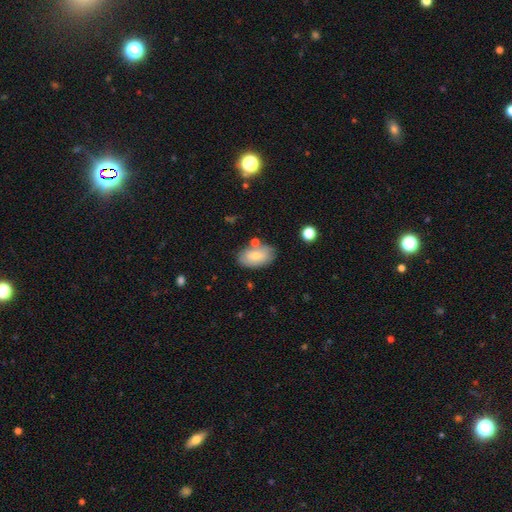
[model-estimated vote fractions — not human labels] This is likely a smooth galaxy (73%). How rounded: clearly in between (93%). Merging: likely none (72%).